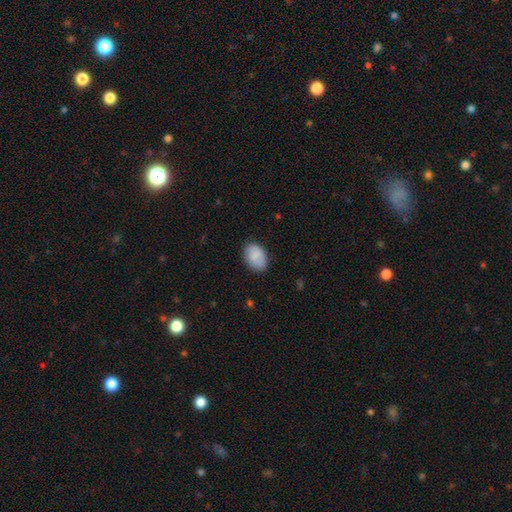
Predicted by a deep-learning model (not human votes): Q: Smooth or featured?
A: smooth (86%); runner-up: featured or disk (8%)
Q: How rounded?
A: in between (84%); runner-up: round (15%)
Q: Merging?
A: none (81%); runner-up: minor disturbance (15%)